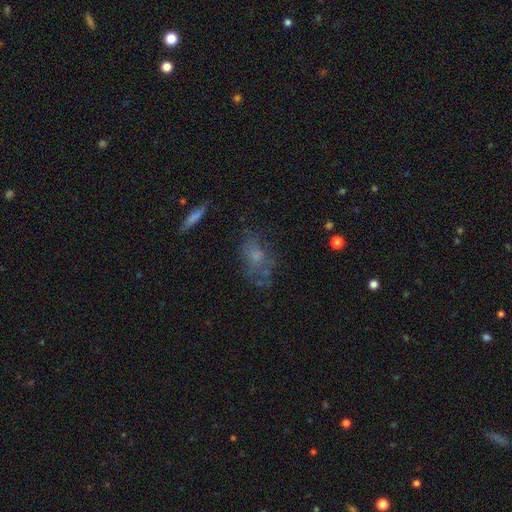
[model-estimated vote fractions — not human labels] smooth 51%, featured or disk 35%, star or artifact 14%. Down the decision tree: how rounded — in between (78%); merging — none (51%).